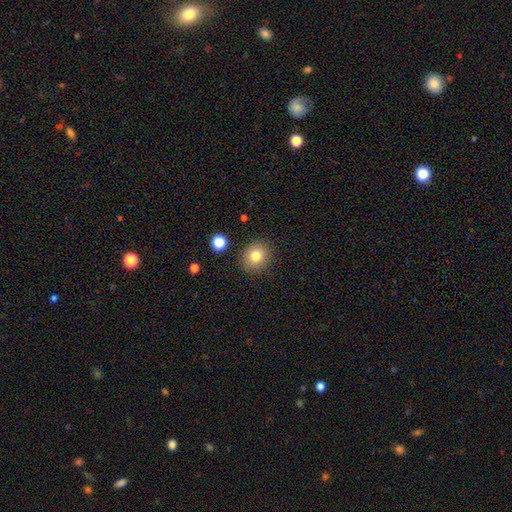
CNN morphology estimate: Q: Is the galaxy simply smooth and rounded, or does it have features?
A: smooth — 81%.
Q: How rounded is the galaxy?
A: round — 77%.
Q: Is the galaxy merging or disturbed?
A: none — 87%.